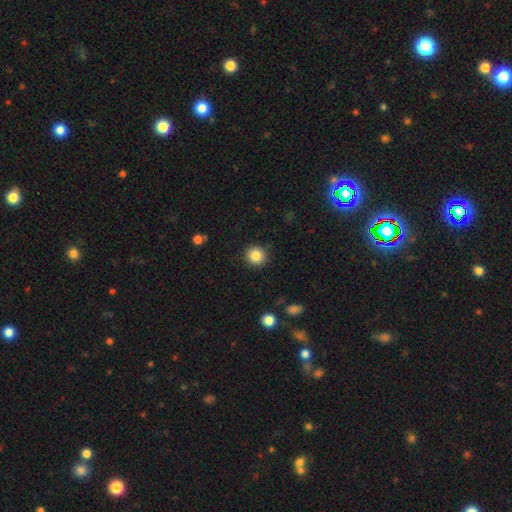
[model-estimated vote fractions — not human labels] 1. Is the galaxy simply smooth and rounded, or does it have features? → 85% smooth, 10% star or artifact, 5% featured or disk.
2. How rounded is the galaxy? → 89% round, 10% in between, 1% cigar-shaped.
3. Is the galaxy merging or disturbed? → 90% none, 6% minor disturbance, 2% major disturbance, 1% merger.